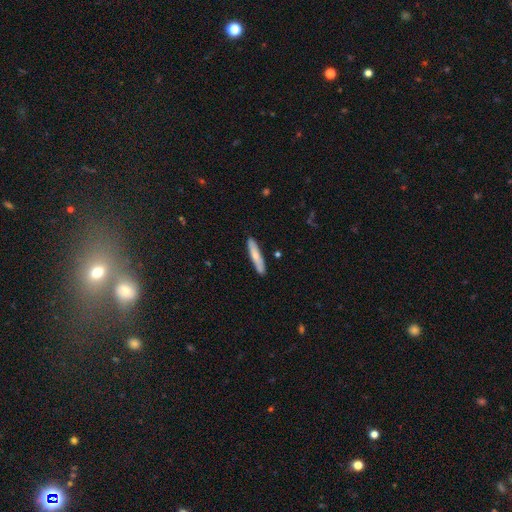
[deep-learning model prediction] This is likely a smooth galaxy (71%). How rounded: clearly cigar-shaped (90%). Merging: clearly none (87%).